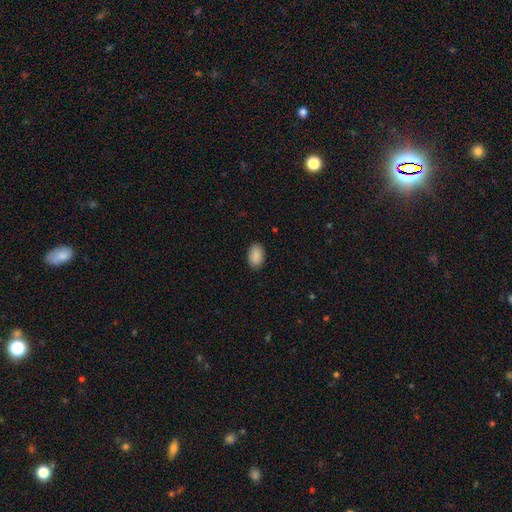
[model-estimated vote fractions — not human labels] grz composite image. It shows a smooth galaxy with no disk features (90%) that is in between round and cigar-shaped (92%). Merging: none (88%).